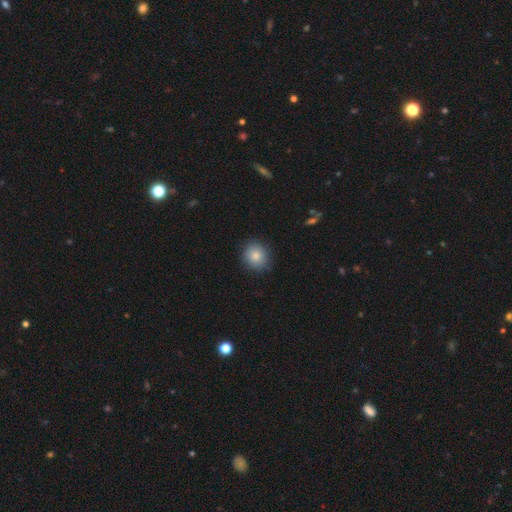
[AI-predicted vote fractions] Smooth or featured?
  - smooth: 83% *
  - star or artifact: 9%
  - featured or disk: 8%
How rounded?
  - round: 83% *
  - in between: 16%
  - cigar-shaped: 1%
Merging?
  - none: 85% *
  - minor disturbance: 12%
  - major disturbance: 3%
  - merger: 1%